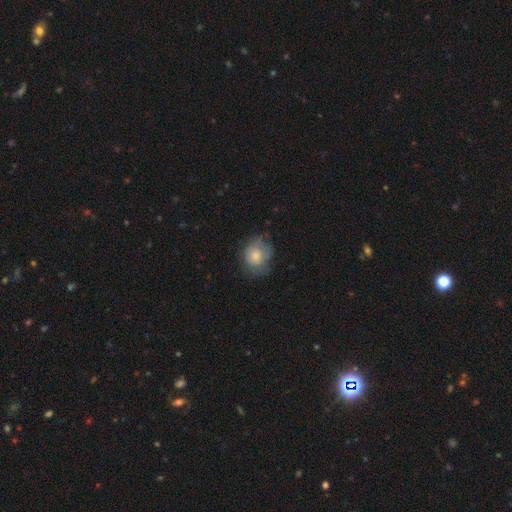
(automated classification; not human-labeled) Q: Smooth or featured?
A: smooth (73%); runner-up: featured or disk (19%)
Q: How rounded?
A: round (70%); runner-up: in between (29%)
Q: Merging?
A: none (58%); runner-up: minor disturbance (28%)